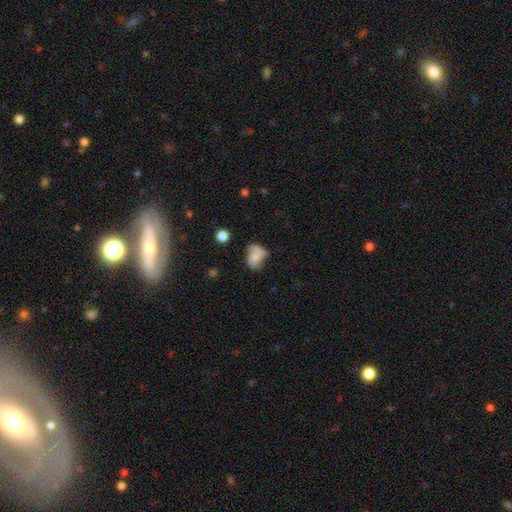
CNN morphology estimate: A smooth galaxy with no disk features (55%) that is in between round and cigar-shaped (72%).

Vote fractions:
- Smooth or featured? smooth: 55% / featured or disk: 34% / star or artifact: 12%
- How rounded? in between: 72% / round: 26% / cigar-shaped: 2%
- Merging? none: 32% / minor disturbance: 26% / major disturbance: 26% / merger: 16%